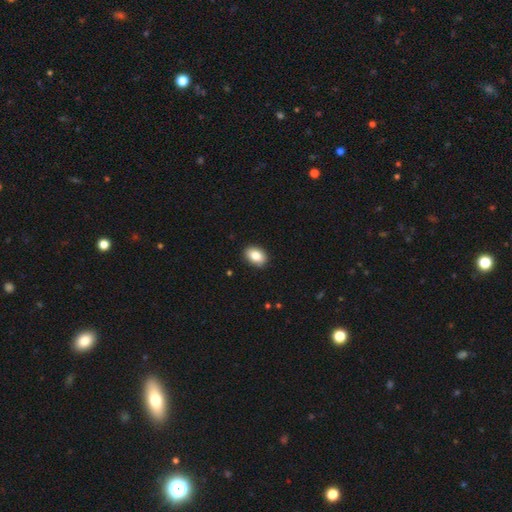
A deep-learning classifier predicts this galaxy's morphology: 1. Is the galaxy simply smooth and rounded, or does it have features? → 84% smooth, 8% featured or disk, 8% star or artifact.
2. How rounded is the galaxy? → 83% in between, 16% round, 1% cigar-shaped.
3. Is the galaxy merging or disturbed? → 89% none, 8% minor disturbance, 2% major disturbance, 1% merger.